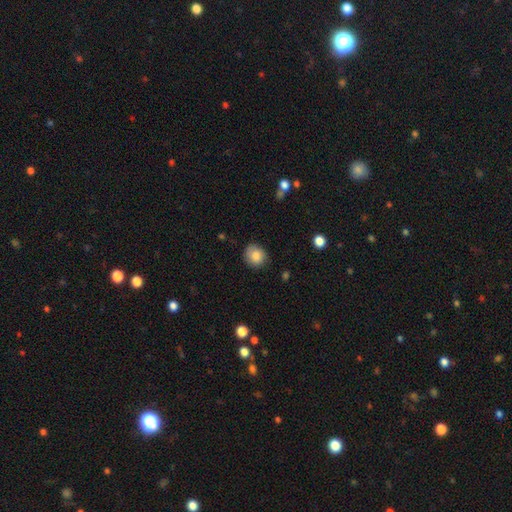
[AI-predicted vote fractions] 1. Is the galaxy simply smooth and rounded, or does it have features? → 83% smooth, 9% star or artifact, 8% featured or disk.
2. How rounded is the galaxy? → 78% round, 21% in between, 1% cigar-shaped.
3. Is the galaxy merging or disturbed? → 80% none, 16% minor disturbance, 3% major disturbance, 1% merger.